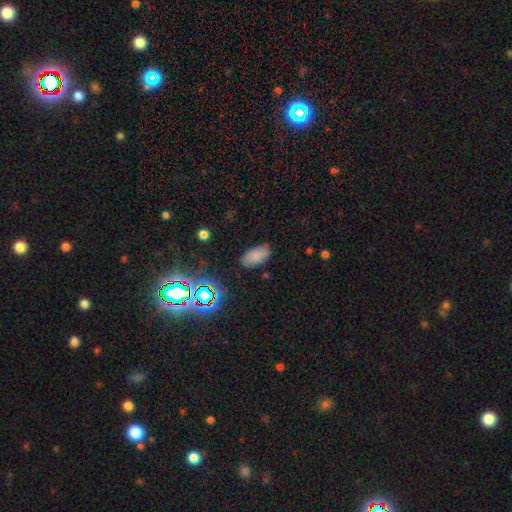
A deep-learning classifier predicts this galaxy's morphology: smooth_or_featured: smooth (p=0.77) [alt: star or artifact p=0.13]
how_rounded: in between (p=0.94) [alt: round p=0.03]
merging: none (p=0.81) [alt: minor disturbance p=0.14]